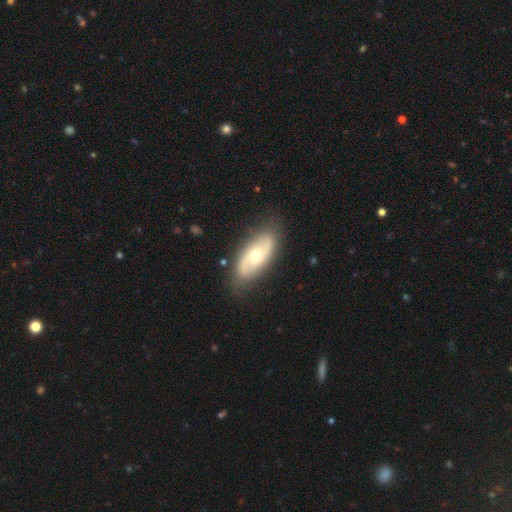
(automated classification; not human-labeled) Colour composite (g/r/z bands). It shows a featured or disk galaxy (63%) with no bar (68%), spiral arms (73%) and a moderate central bulge (65%). Merging: none (81%).